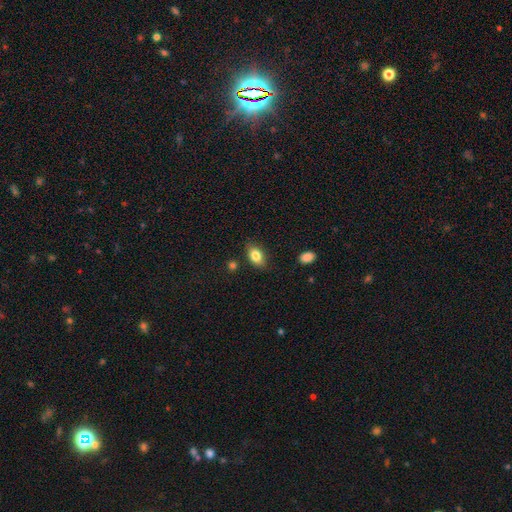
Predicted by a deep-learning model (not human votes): Morphology: type=smooth (83%); roundness=in between (87%); merging=none (83%).